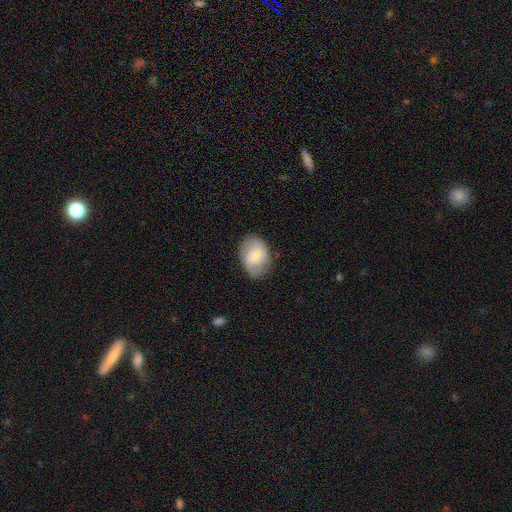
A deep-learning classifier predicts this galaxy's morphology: smooth_or_featured: smooth (p=0.50) [alt: featured or disk p=0.43]
how_rounded: in between (p=0.70) [alt: round p=0.29]
merging: none (p=0.74) [alt: minor disturbance p=0.19]